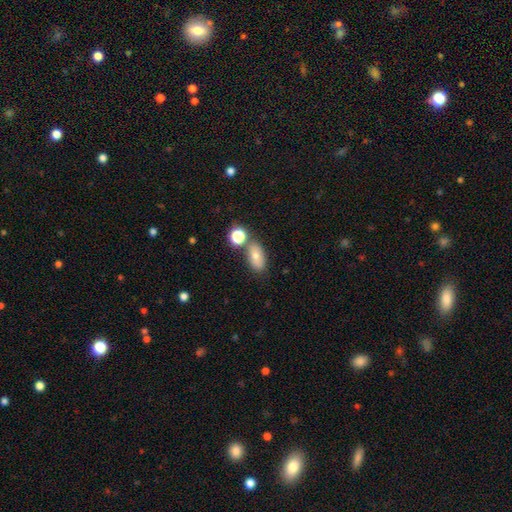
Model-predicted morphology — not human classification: type=smooth (75%); roundness=in between (86%); merging=none (68%).